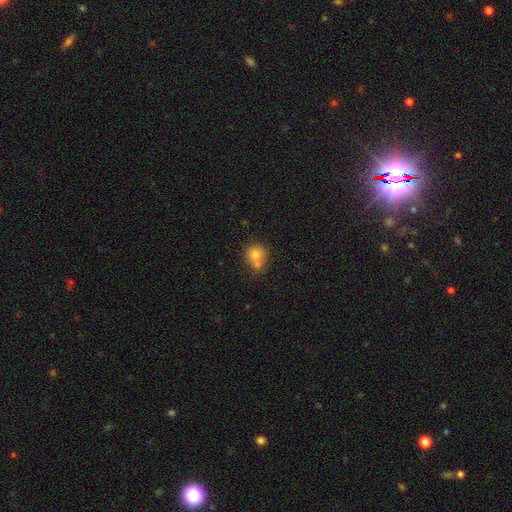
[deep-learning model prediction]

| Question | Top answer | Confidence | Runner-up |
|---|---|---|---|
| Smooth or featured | smooth | 77% | featured or disk (13%) |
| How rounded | round | 77% | in between (22%) |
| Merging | none | 41% | merger (40%) |